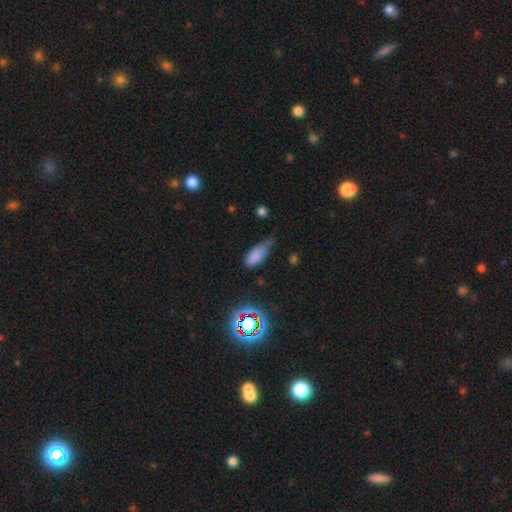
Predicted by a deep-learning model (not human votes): Overall: smooth (76%). How rounded: in between (82%). Merging: minor disturbance (47%; none 32%).